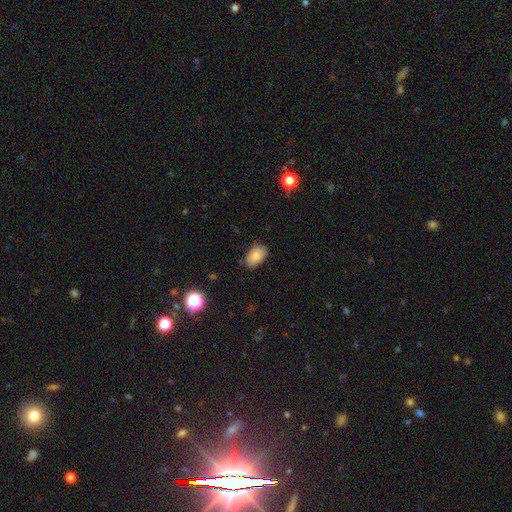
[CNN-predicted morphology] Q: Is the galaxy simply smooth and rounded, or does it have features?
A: smooth — 82%.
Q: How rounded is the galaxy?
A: in between — 89%.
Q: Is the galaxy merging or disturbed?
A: none — 80%.